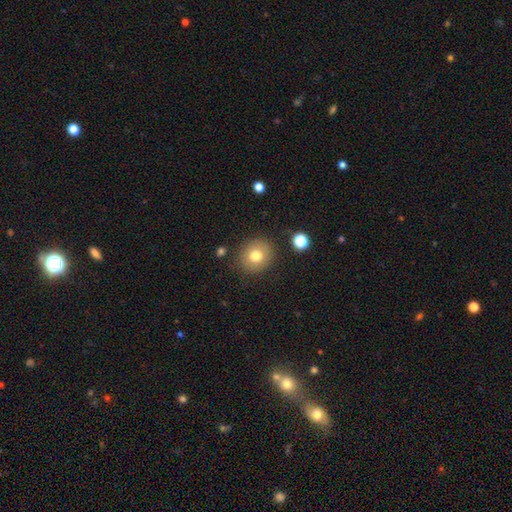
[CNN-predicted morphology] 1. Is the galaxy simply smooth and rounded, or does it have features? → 76% smooth, 13% featured or disk, 11% star or artifact.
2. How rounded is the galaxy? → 81% round, 18% in between, 1% cigar-shaped.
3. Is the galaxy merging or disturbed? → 85% none, 9% minor disturbance, 3% major disturbance, 2% merger.